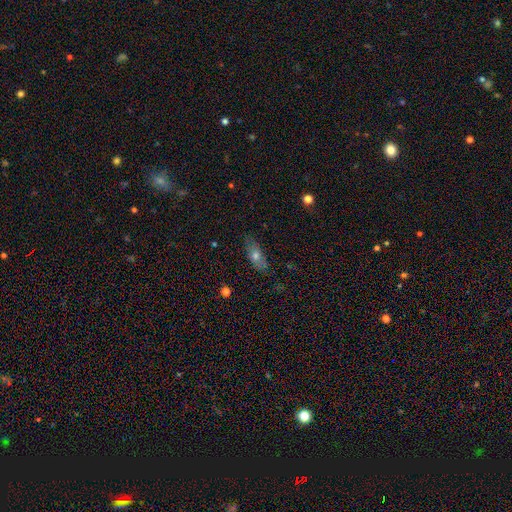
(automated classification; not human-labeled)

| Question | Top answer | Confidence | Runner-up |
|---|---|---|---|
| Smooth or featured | smooth | 59% | featured or disk (31%) |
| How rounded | in between | 72% | cigar-shaped (23%) |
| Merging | none | 76% | minor disturbance (18%) |